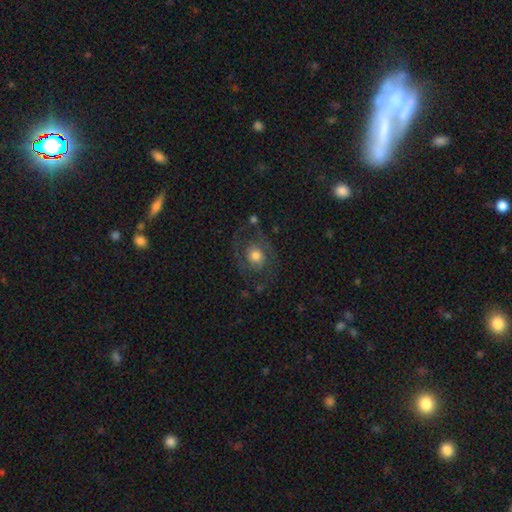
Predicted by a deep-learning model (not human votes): Morphology: type=featured or disk (60%); edge-on=no (97%); bar=no (81%); spiral arms=yes (74%); bulge=moderate (68%); merging=none (62%).